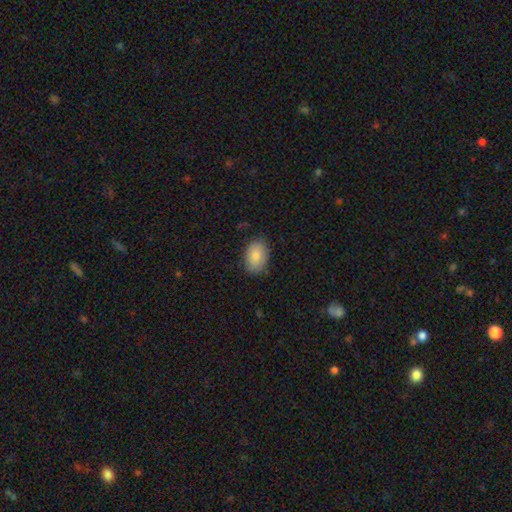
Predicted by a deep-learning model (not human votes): This appears to be a smooth galaxy with no disk features (84%) that is in between round and cigar-shaped (85%). Merging: none (82%).